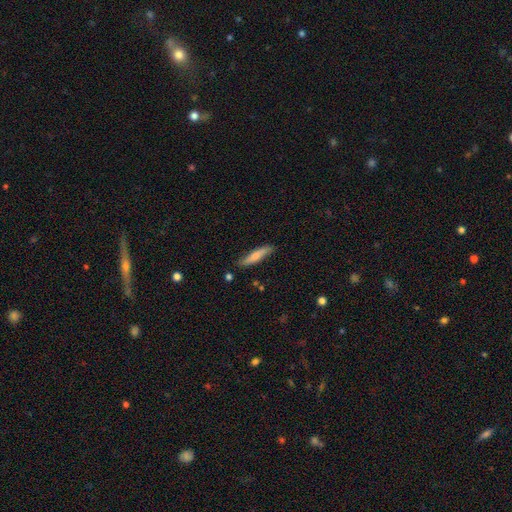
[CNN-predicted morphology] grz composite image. It shows a smooth galaxy with no disk features (63%) that is cigar-shaped (85%). Merging: none (81%).